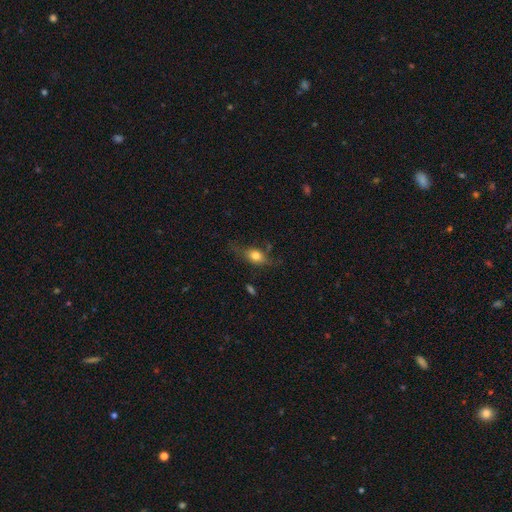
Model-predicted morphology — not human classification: The model was most divided on "merging": none: 55%, minor disturbance: 27%, major disturbance: 14%, merger: 3%. More confident: how rounded — in between (72%); smooth or featured — smooth (65%).